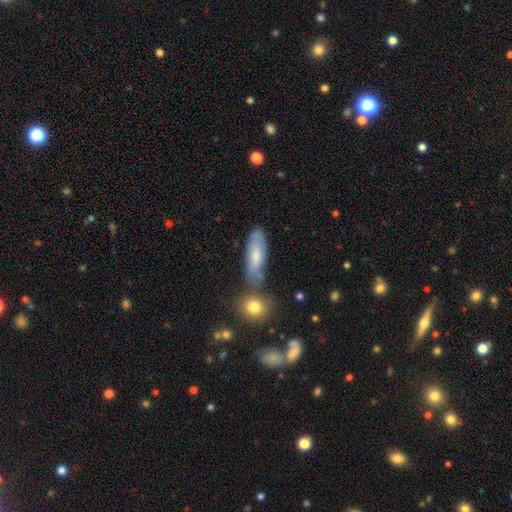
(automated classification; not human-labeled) Smooth or featured? smooth (66%)
How rounded? in between (58%)
Merging? none (63%)